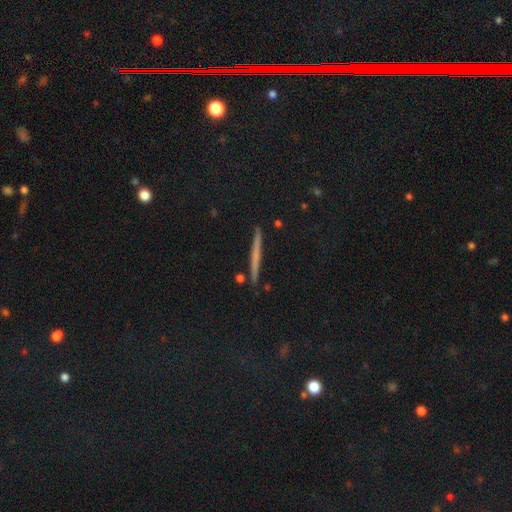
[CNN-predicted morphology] This appears to be a featured or disk galaxy (46%). Merging: none (90%).